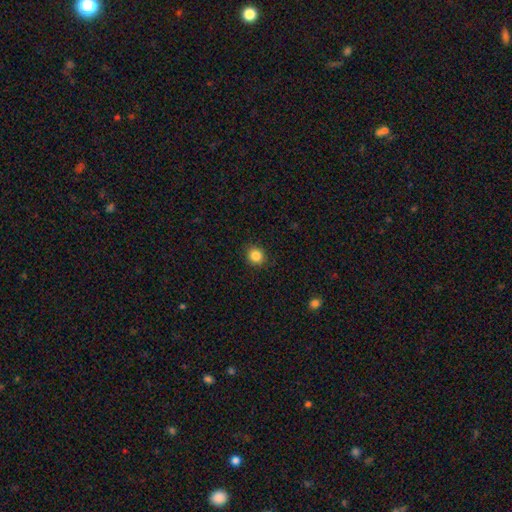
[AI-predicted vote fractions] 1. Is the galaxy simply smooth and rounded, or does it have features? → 85% smooth, 10% star or artifact, 4% featured or disk.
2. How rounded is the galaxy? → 87% round, 12% in between, 1% cigar-shaped.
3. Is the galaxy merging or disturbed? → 90% none, 7% minor disturbance, 2% major disturbance, 1% merger.